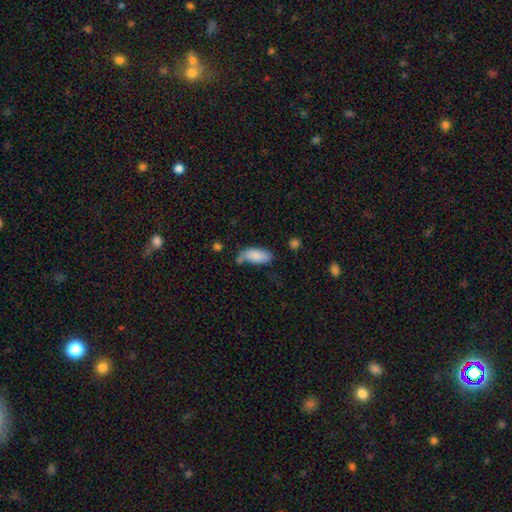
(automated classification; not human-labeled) Morphology: type=smooth (84%); roundness=in between (89%); merging=none (49%).